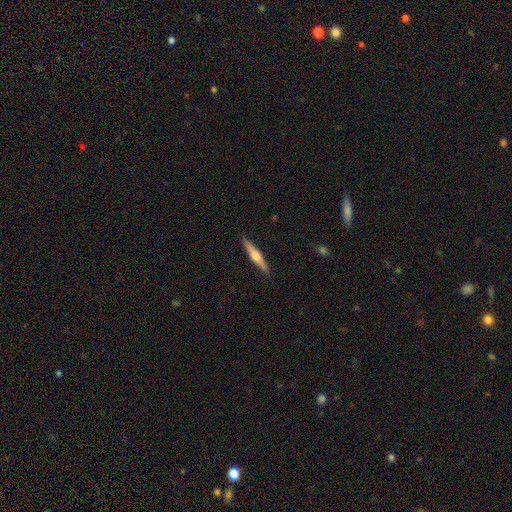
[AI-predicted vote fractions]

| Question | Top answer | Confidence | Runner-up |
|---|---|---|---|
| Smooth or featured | featured or disk | 67% | smooth (28%) |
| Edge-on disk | yes | 98% | no (2%) |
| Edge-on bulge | rounded | 89% | boxy (7%) |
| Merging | none | 91% | minor disturbance (7%) |